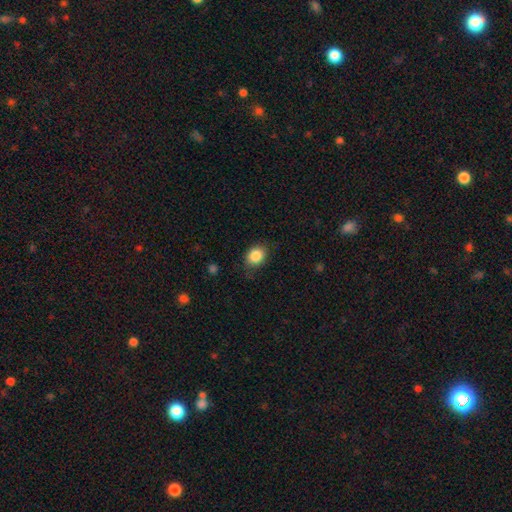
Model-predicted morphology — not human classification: The model was most divided on "how rounded": in between: 50%, round: 49%, cigar-shaped: 1%. More confident: smooth or featured — smooth (86%); merging — none (78%).